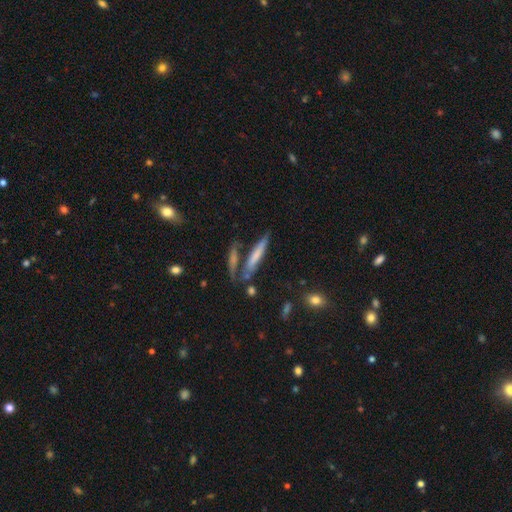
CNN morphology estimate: Smooth or featured: smooth — 57% (featured or disk — 34%)
How rounded: cigar-shaped — 87% (in between — 11%)
Merging: none — 57% (merger — 19%)